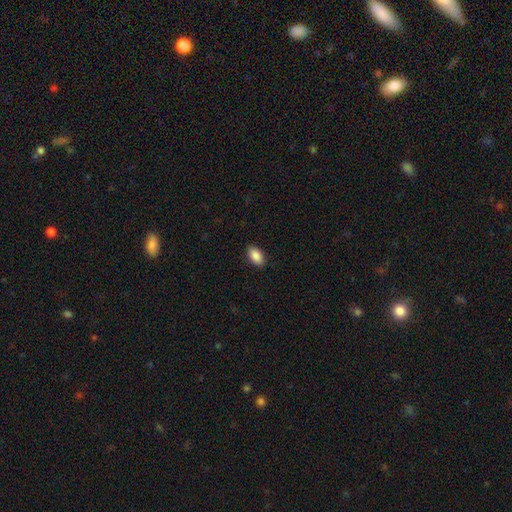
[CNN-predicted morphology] The model was most divided on "merging": none: 90%, minor disturbance: 8%, major disturbance: 2%, merger: 1%. More confident: how rounded — in between (93%); smooth or featured — smooth (89%).